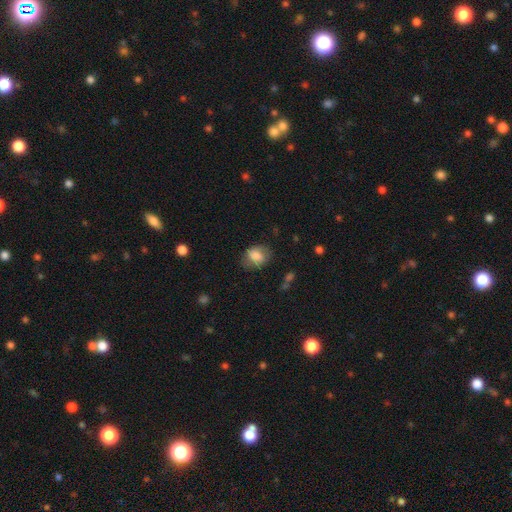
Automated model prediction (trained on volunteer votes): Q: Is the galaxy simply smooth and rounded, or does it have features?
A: smooth — 77%.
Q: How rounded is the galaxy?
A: in between — 62%.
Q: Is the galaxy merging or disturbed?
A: none — 65%.